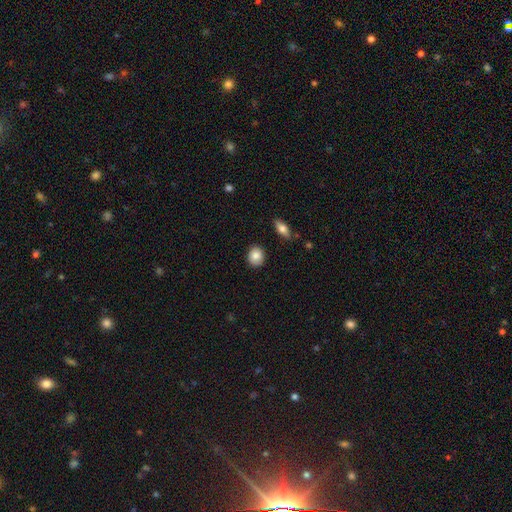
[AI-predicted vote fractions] A smooth galaxy with no disk features (86%) that is round (70%).

Vote fractions:
- Smooth or featured? smooth: 86% / star or artifact: 8% / featured or disk: 6%
- How rounded? round: 70% / in between: 29% / cigar-shaped: 1%
- Merging? none: 89% / minor disturbance: 8% / major disturbance: 2% / merger: 2%